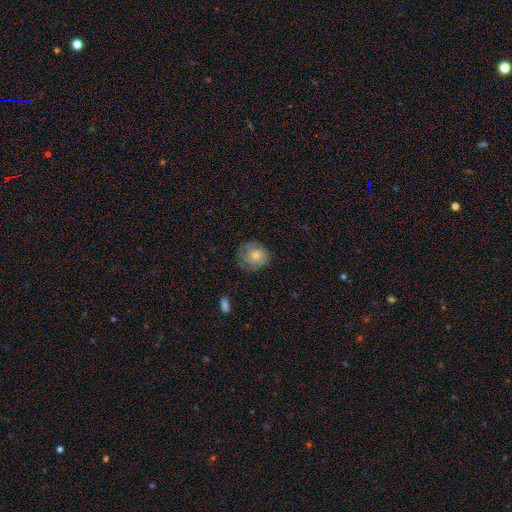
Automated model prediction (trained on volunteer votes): This is possibly a smooth galaxy (58%). How rounded: likely round (79%). Merging: likely none (70%).